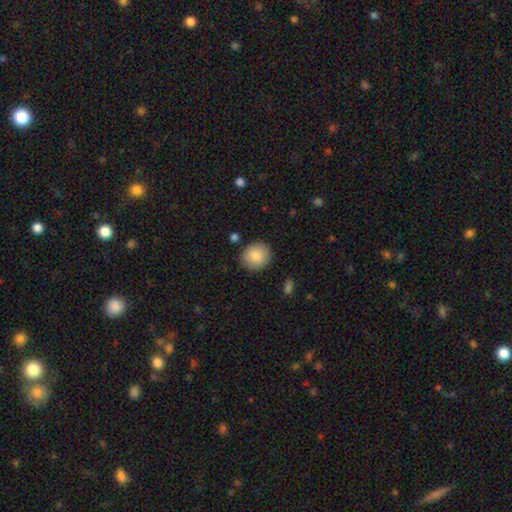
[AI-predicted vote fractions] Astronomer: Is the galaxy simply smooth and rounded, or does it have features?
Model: smooth — 85%.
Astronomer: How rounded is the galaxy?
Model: round — 83%.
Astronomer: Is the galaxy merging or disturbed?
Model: none — 88%.